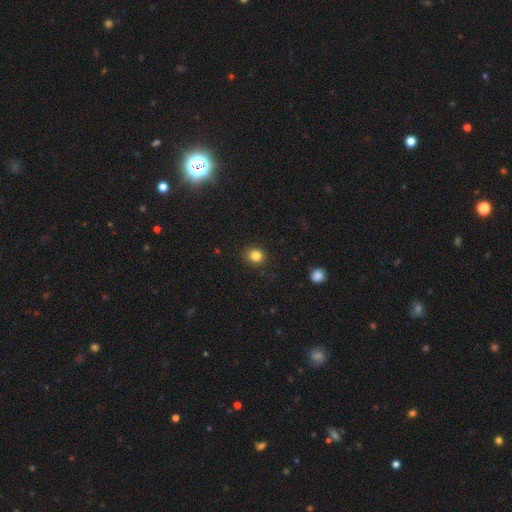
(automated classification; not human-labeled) This appears to be a smooth galaxy with no disk features (83%) that is round (79%). Merging: none (88%).